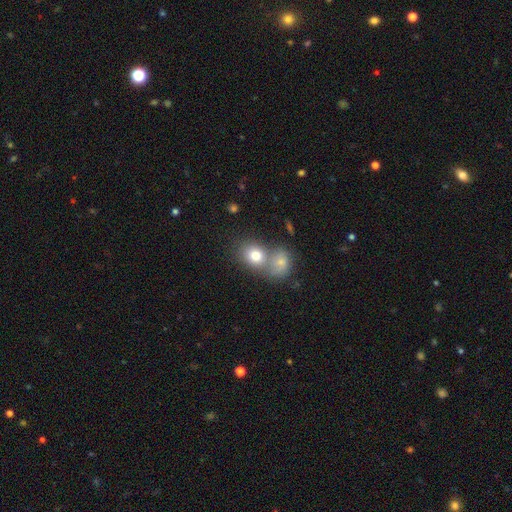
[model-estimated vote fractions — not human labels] smooth-or-featured: smooth: 77% | featured or disk: 14% | star or artifact: 10%
  how-rounded: round: 56% | in between: 43% | cigar-shaped: 1%
  merging: merger: 48% | none: 39% | minor disturbance: 9% | major disturbance: 4%